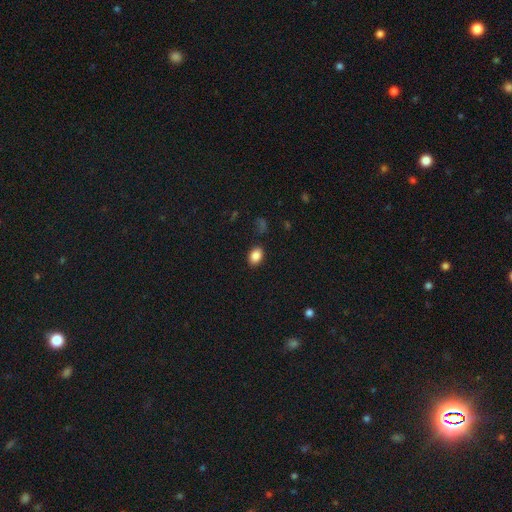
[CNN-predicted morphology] Smooth or featured?
  - smooth: 87% *
  - star or artifact: 9%
  - featured or disk: 5%
How rounded?
  - in between: 76% *
  - round: 23%
  - cigar-shaped: 1%
Merging?
  - none: 86% *
  - minor disturbance: 10%
  - major disturbance: 3%
  - merger: 1%